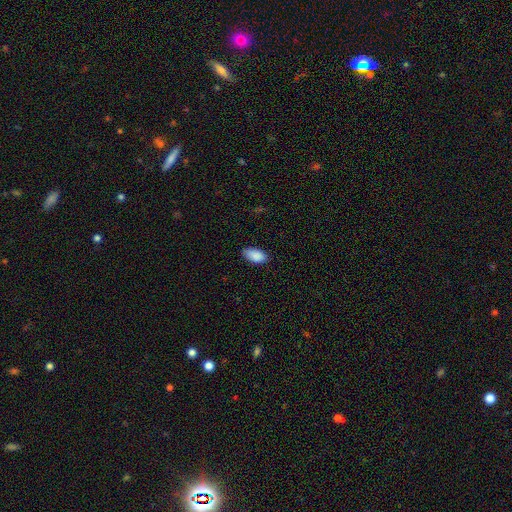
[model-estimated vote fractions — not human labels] Morphology: type=smooth (90%); roundness=in between (94%); merging=none (82%).